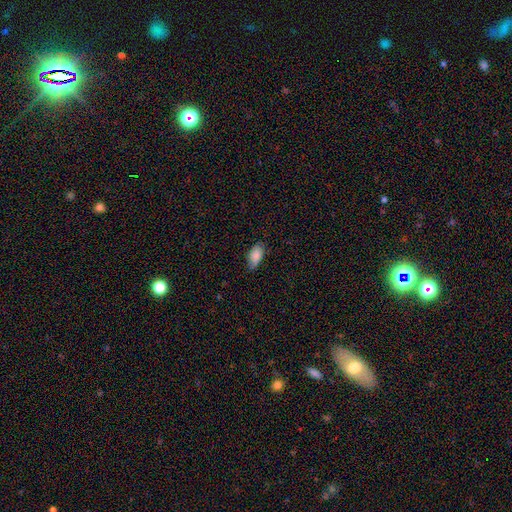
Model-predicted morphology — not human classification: smooth 85%, featured or disk 8%, star or artifact 7%. Down the decision tree: how rounded — in between (92%); merging — none (71%).